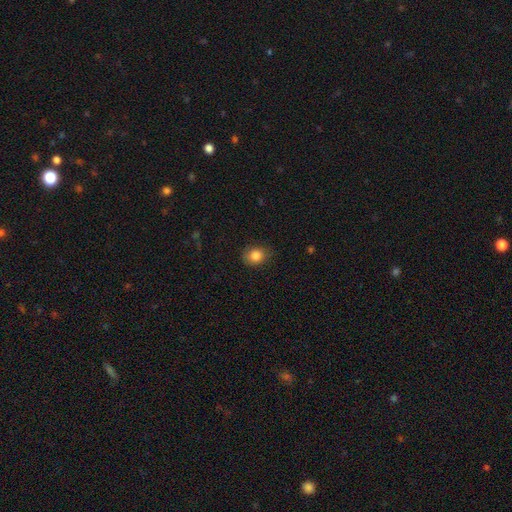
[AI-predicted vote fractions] This is clearly a smooth galaxy (84%). How rounded: likely round (61%). Merging: likely none (80%).